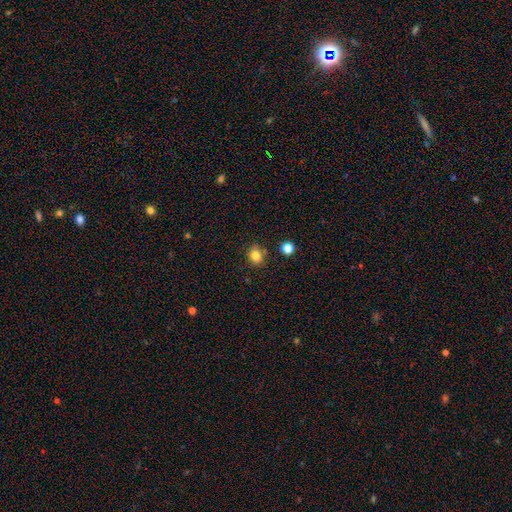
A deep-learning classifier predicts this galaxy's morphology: A smooth galaxy with no disk features (81%) that is round (74%).

Vote fractions:
- Smooth or featured? smooth: 81% / star or artifact: 13% / featured or disk: 6%
- How rounded? round: 74% / in between: 25% / cigar-shaped: 1%
- Merging? none: 77% / minor disturbance: 14% / merger: 5% / major disturbance: 3%